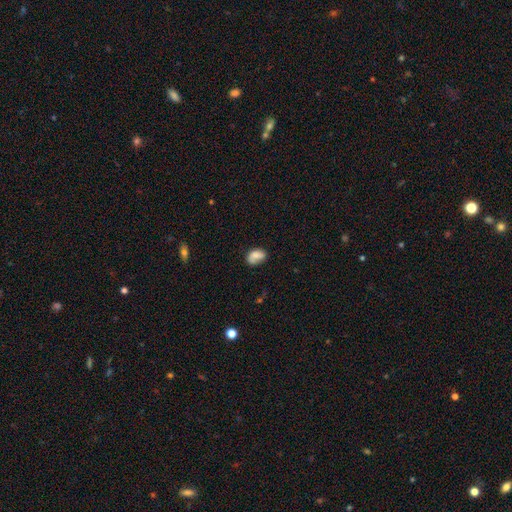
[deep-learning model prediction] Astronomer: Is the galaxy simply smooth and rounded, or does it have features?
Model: smooth — 74%.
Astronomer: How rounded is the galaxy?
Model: in between — 81%.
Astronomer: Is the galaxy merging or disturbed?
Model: none — 49% (runner-up: minor disturbance, 28%).